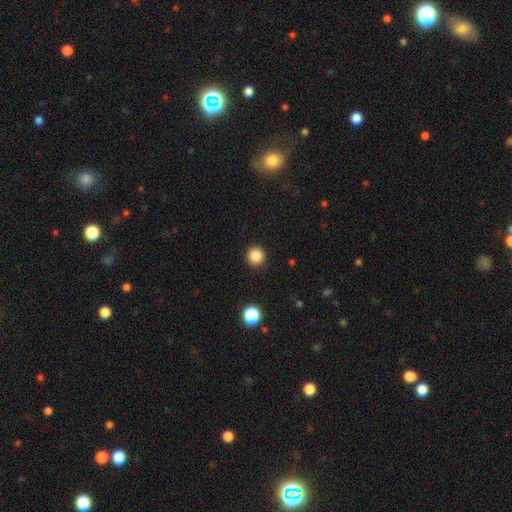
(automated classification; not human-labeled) Smooth or featured: smooth — 87% (star or artifact — 11%)
How rounded: round — 94% (in between — 5%)
Merging: none — 91% (minor disturbance — 5%)